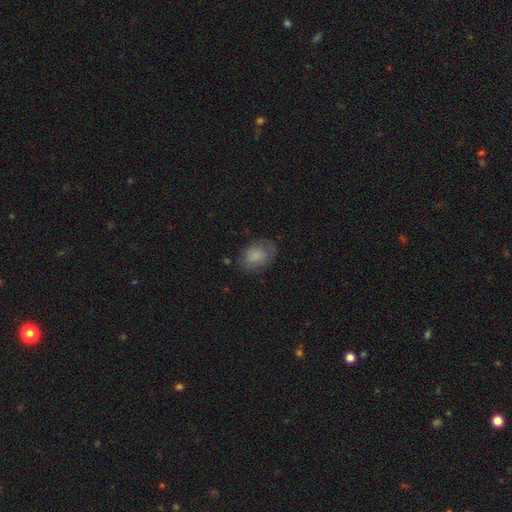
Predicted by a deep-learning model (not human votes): smooth_or_featured: smooth (p=0.76) [alt: featured or disk p=0.16]
how_rounded: in between (p=0.75) [alt: round p=0.24]
merging: none (p=0.63) [alt: minor disturbance p=0.25]